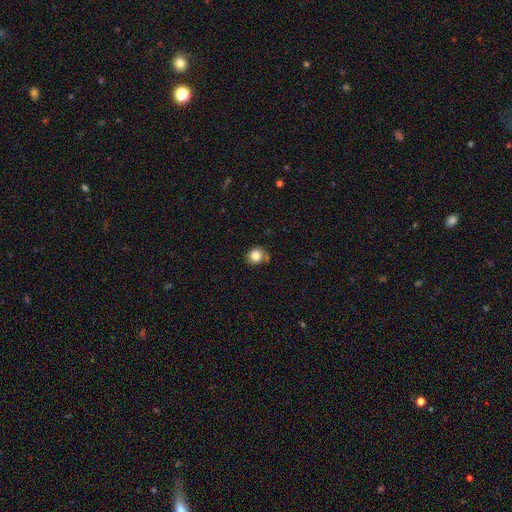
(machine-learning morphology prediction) This appears to be a smooth galaxy with no disk features (82%) that is round (79%). Merging: none (67%).